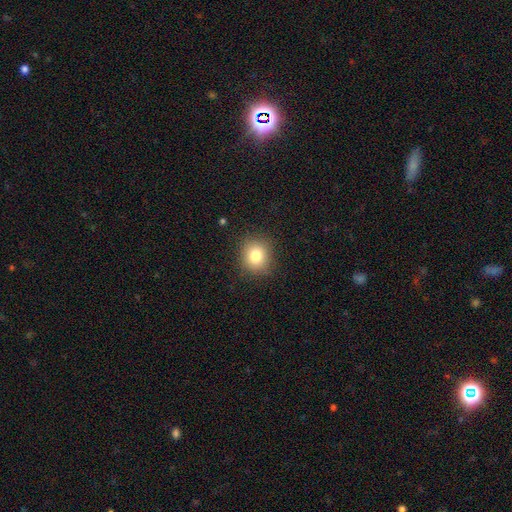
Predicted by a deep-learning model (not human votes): A smooth galaxy with no disk features (80%) that is round (81%).

Vote fractions:
- Smooth or featured? smooth: 80% / star or artifact: 11% / featured or disk: 8%
- How rounded? round: 81% / in between: 18% / cigar-shaped: 1%
- Merging? none: 86% / minor disturbance: 10% / major disturbance: 3% / merger: 1%